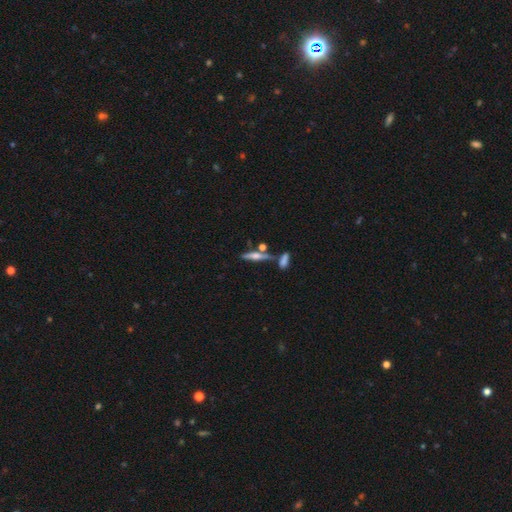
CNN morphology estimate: Q: Smooth or featured?
A: featured or disk (60%); runner-up: smooth (31%)
Q: Edge-on disk?
A: yes (95%); runner-up: no (5%)
Q: Edge-on bulge?
A: rounded (86%); runner-up: boxy (8%)
Q: Merging?
A: none (67%); runner-up: merger (18%)